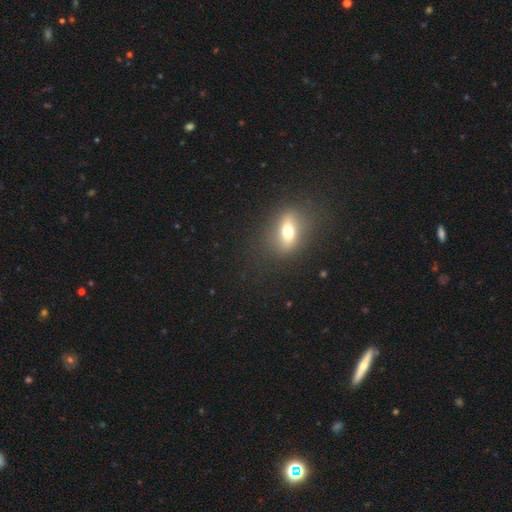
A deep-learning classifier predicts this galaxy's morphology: Smooth or featured? smooth (54%)
How rounded? in between (60%)
Merging? none (84%)